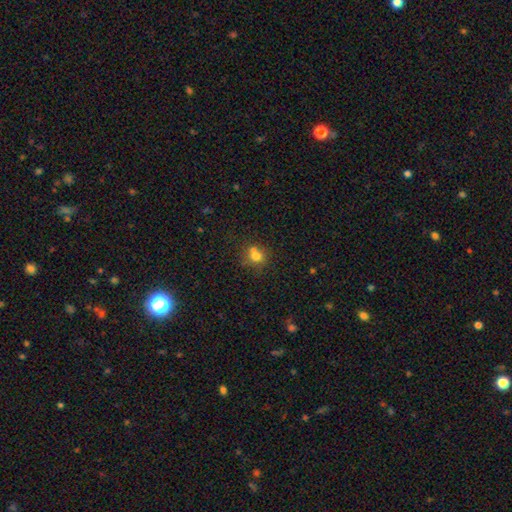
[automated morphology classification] The model was most divided on "merging": none: 49%, merger: 36%, minor disturbance: 11%, major disturbance: 4%. More confident: how rounded — round (81%); smooth or featured — smooth (74%).